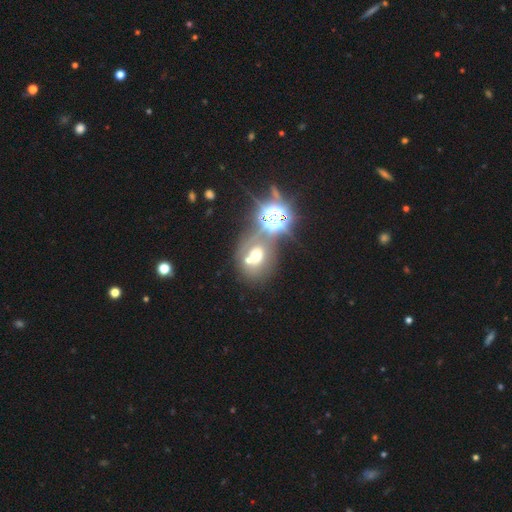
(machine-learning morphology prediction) Q: Smooth or featured?
A: smooth (44%); runner-up: star or artifact (30%)
Q: Merging?
A: merger (44%); runner-up: none (36%)